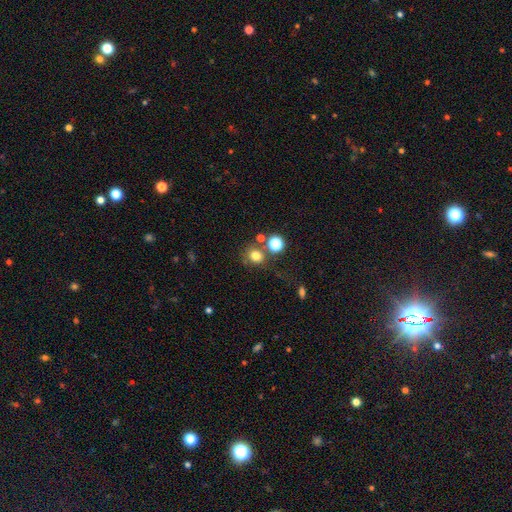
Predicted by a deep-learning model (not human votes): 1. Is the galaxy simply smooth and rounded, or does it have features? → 75% smooth, 16% star or artifact, 9% featured or disk.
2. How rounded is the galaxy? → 82% round, 17% in between, 1% cigar-shaped.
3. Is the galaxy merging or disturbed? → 65% none, 16% merger, 12% minor disturbance, 7% major disturbance.